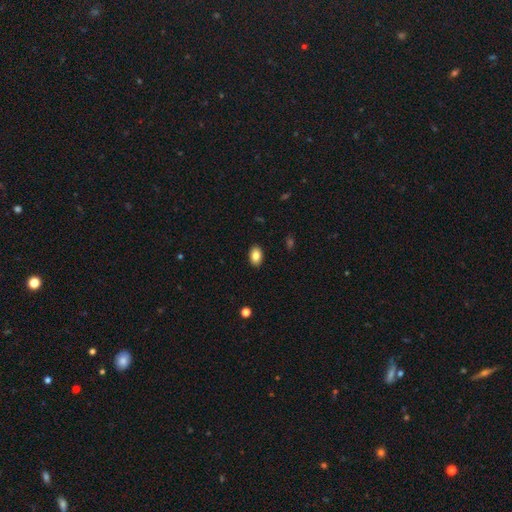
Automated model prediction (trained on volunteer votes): Overall: smooth (85%). How rounded: in between (88%). Merging: none (90%).